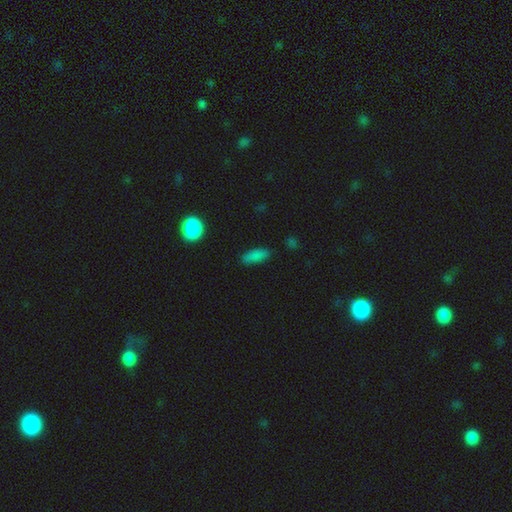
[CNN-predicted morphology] Smooth or featured? Predicted: smooth (p=0.83). How rounded? Predicted: in between (p=0.74). Merging? Predicted: none (p=0.81).